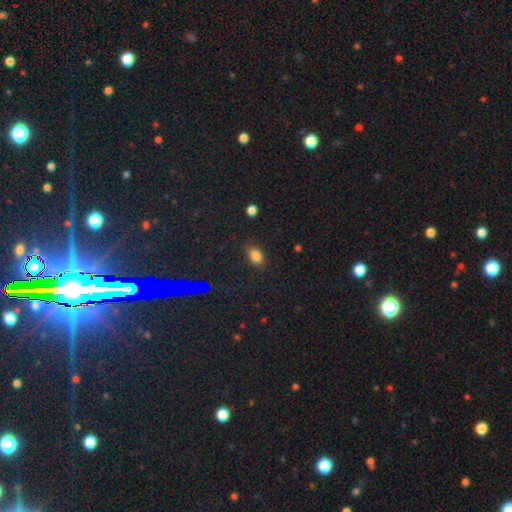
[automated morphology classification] smooth_or_featured: smooth (p=0.80) [alt: star or artifact p=0.15]
how_rounded: in between (p=0.82) [alt: round p=0.16]
merging: none (p=0.84) [alt: minor disturbance p=0.12]